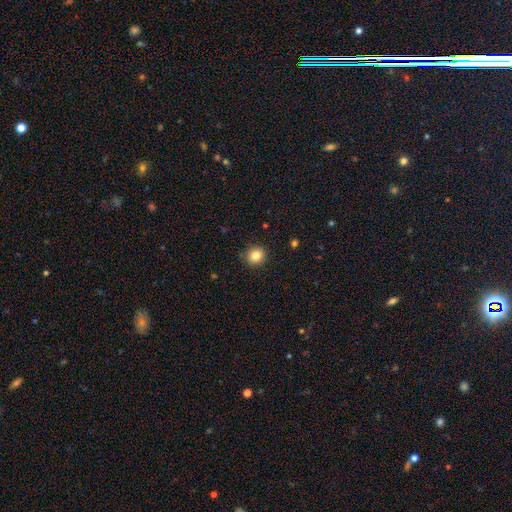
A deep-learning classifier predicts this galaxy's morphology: smooth-or-featured: smooth: 84% | star or artifact: 11% | featured or disk: 6%
  how-rounded: round: 85% | in between: 14% | cigar-shaped: 1%
  merging: none: 90% | minor disturbance: 7% | major disturbance: 2% | merger: 1%